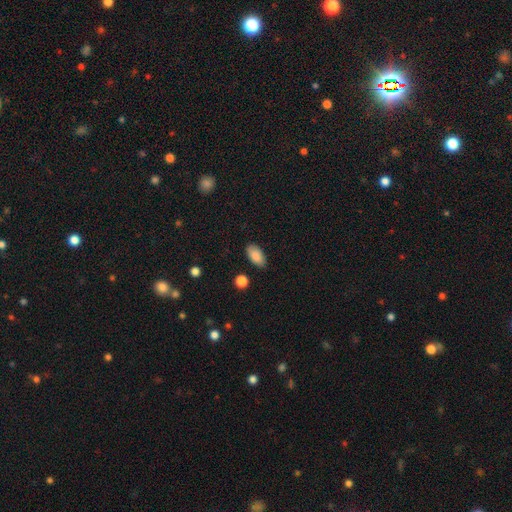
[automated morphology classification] smooth_or_featured: smooth (p=0.88) [alt: star or artifact p=0.07]
how_rounded: in between (p=0.93) [alt: cigar-shaped p=0.04]
merging: none (p=0.84) [alt: minor disturbance p=0.12]